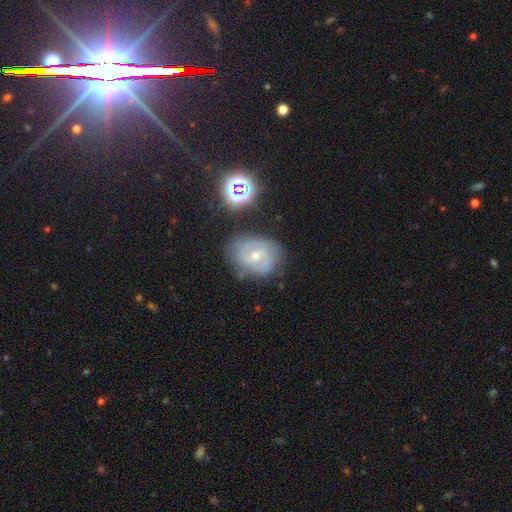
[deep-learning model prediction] Smooth or featured? featured or disk (72%)
Edge-on disk? no (97%)
Bar? no (49%)
Spiral arms? yes (90%)
Spiral winding? tight (44%, tied with medium)
Spiral arm count? 2 (66%)
Bulge size? small (50%)
Merging? none (71%)